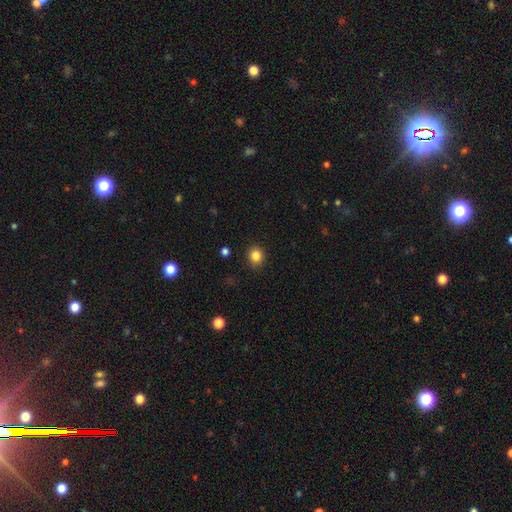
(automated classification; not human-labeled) Q: Smooth or featured?
A: smooth (84%); runner-up: star or artifact (11%)
Q: How rounded?
A: round (79%); runner-up: in between (20%)
Q: Merging?
A: none (90%); runner-up: minor disturbance (7%)